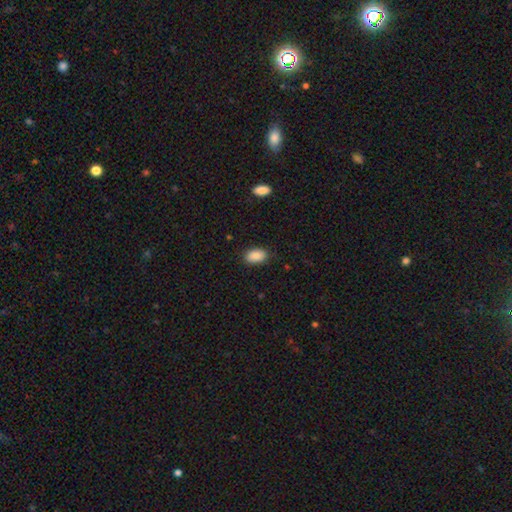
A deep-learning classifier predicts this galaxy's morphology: smooth-or-featured: smooth: 88% | star or artifact: 7% | featured or disk: 4%
  how-rounded: in between: 91% | round: 7% | cigar-shaped: 2%
  merging: none: 86% | minor disturbance: 11% | major disturbance: 3% | merger: 1%